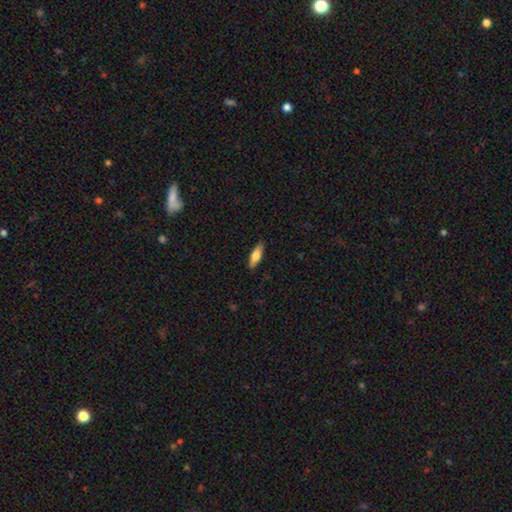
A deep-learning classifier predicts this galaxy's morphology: The model was most divided on "how rounded": in between: 52%, cigar-shaped: 46%, round: 2%. More confident: merging — none (87%); smooth or featured — smooth (73%).